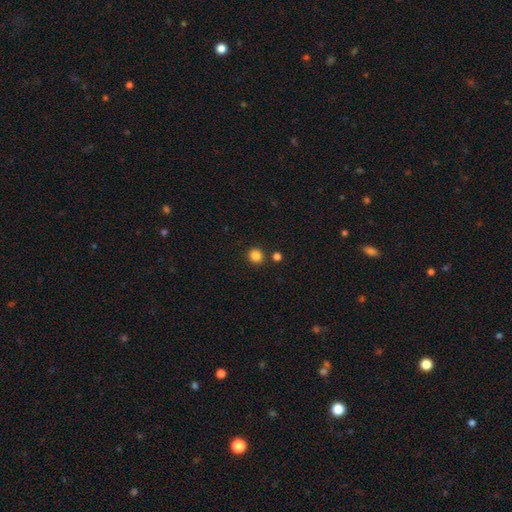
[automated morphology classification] Smooth or featured: smooth — 85% (star or artifact — 12%)
How rounded: round — 89% (in between — 10%)
Merging: none — 87% (minor disturbance — 6%)